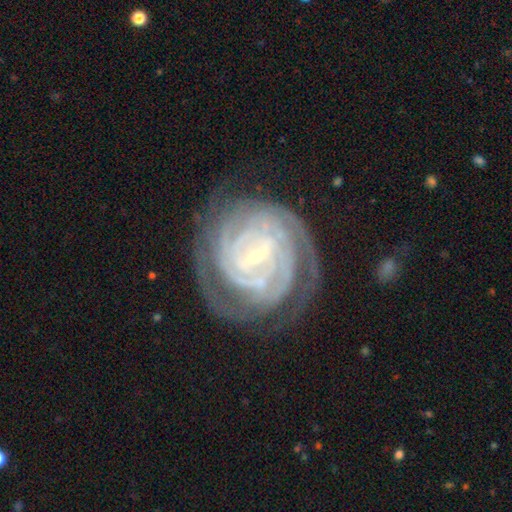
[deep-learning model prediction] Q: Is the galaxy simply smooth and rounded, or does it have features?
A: featured or disk — 89%.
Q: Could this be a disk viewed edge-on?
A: no — 97%.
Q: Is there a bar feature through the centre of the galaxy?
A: weak — 44%.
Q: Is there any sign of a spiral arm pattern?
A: yes — 98%.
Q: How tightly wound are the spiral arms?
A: tight — 83%.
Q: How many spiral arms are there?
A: can't tell — 24%.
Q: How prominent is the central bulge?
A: small — 81%.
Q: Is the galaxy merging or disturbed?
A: none — 77%.